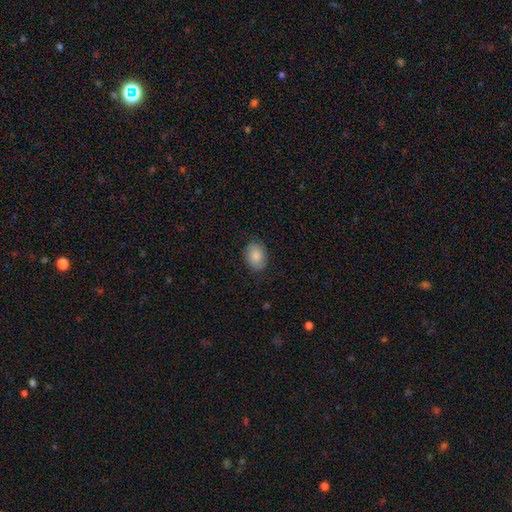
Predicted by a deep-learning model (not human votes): smooth 78%, featured or disk 14%, star or artifact 7%. Down the decision tree: how rounded — in between (63%); merging — none (78%).